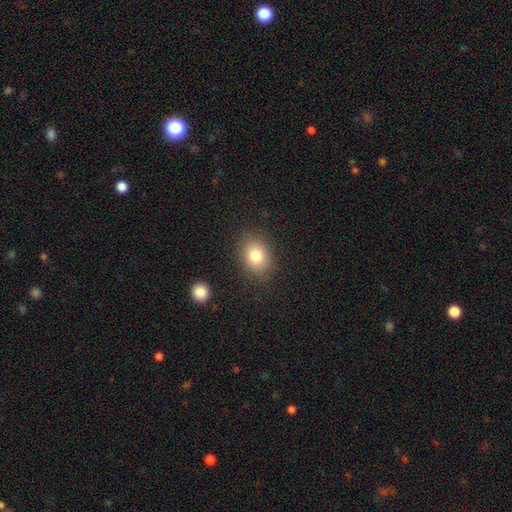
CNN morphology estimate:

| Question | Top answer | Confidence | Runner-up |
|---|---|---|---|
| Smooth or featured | smooth | 80% | star or artifact (11%) |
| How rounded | in between | 57% | round (42%) |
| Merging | none | 86% | minor disturbance (9%) |